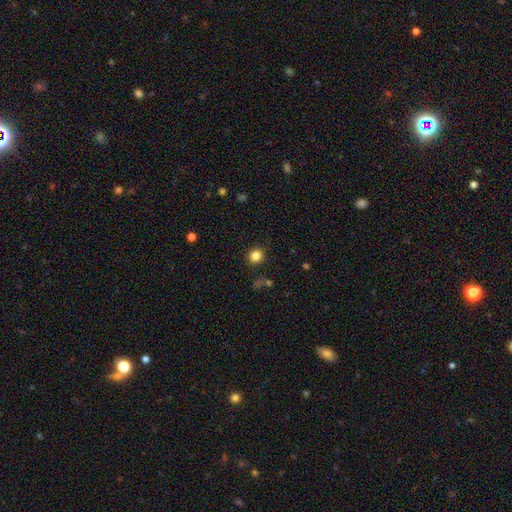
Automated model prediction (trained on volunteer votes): The model was most divided on "how rounded": round: 84%, in between: 15%, cigar-shaped: 1%. More confident: merging — none (88%); smooth or featured — smooth (84%).